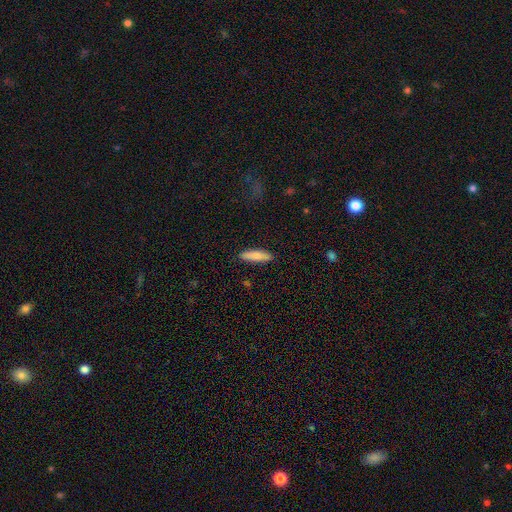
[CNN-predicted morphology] A smooth galaxy with no disk features (85%) that is cigar-shaped (71%).

Vote fractions:
- Smooth or featured? smooth: 85% / featured or disk: 9% / star or artifact: 6%
- How rounded? cigar-shaped: 71% / in between: 28% / round: 2%
- Merging? none: 89% / minor disturbance: 8% / major disturbance: 2% / merger: 1%